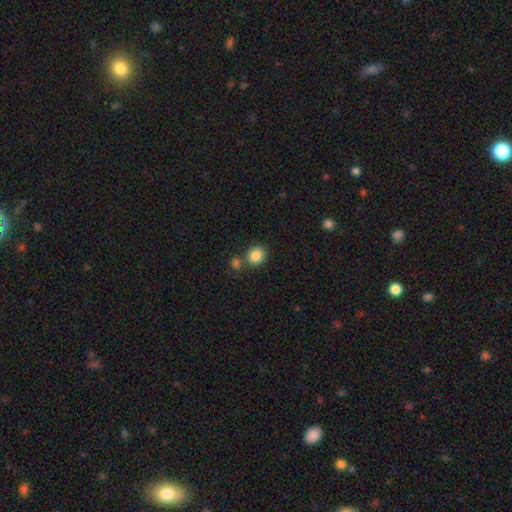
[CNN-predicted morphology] Smooth or featured?
  - smooth: 86% *
  - star or artifact: 9%
  - featured or disk: 5%
How rounded?
  - round: 67% *
  - in between: 32%
  - cigar-shaped: 1%
Merging?
  - none: 67% *
  - merger: 19%
  - minor disturbance: 11%
  - major disturbance: 3%